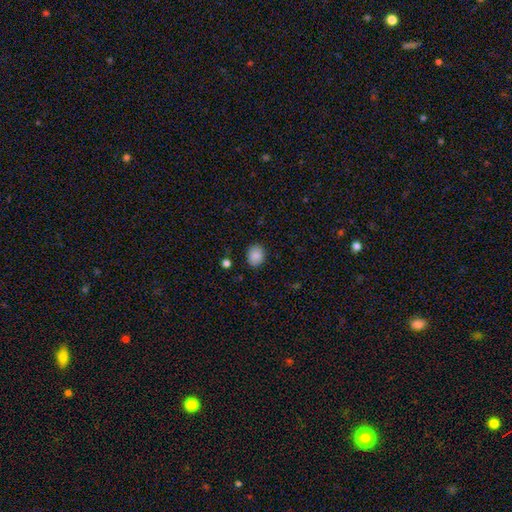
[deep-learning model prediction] A smooth galaxy with no disk features (87%) that is round (50%). Merging: none (87%).